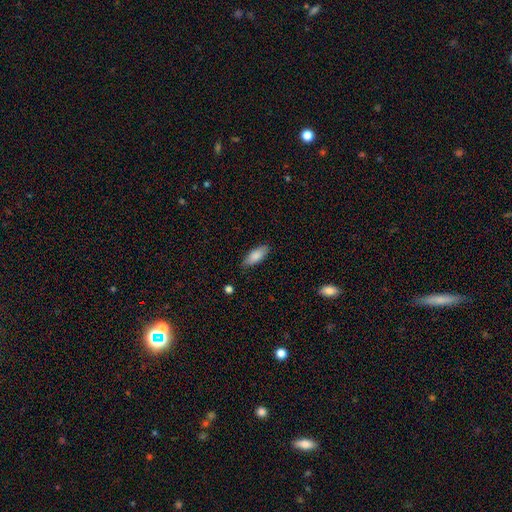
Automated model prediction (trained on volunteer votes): smooth_or_featured: smooth (p=0.83) [alt: featured or disk p=0.11]
how_rounded: in between (p=0.75) [alt: cigar-shaped p=0.23]
merging: none (p=0.82) [alt: minor disturbance p=0.14]